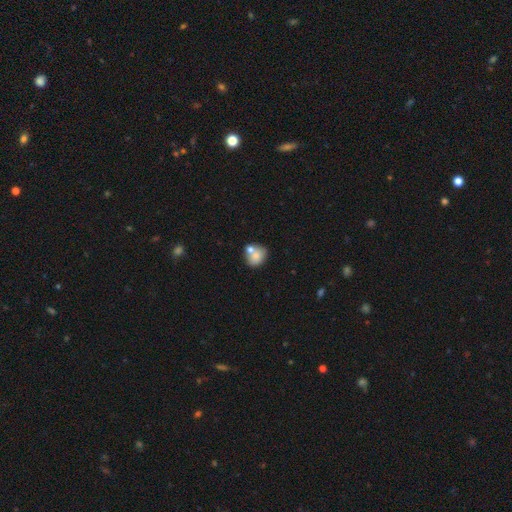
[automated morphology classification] type=smooth (75%); roundness=round (65%); merging=none (48%).